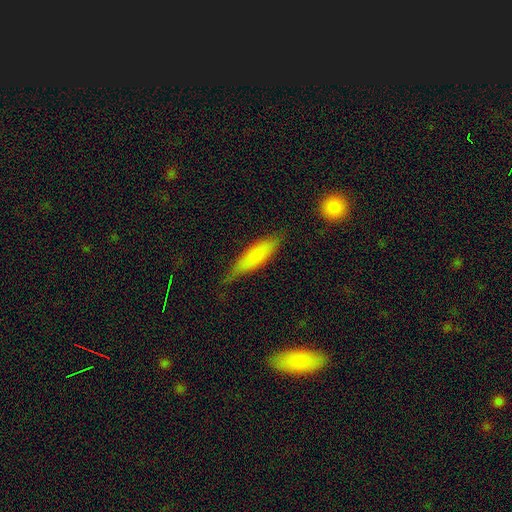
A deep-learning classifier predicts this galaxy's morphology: smooth_or_featured: smooth (p=0.75) [alt: featured or disk p=0.18]
how_rounded: cigar-shaped (p=0.66) [alt: in between p=0.32]
merging: none (p=0.70) [alt: minor disturbance p=0.23]